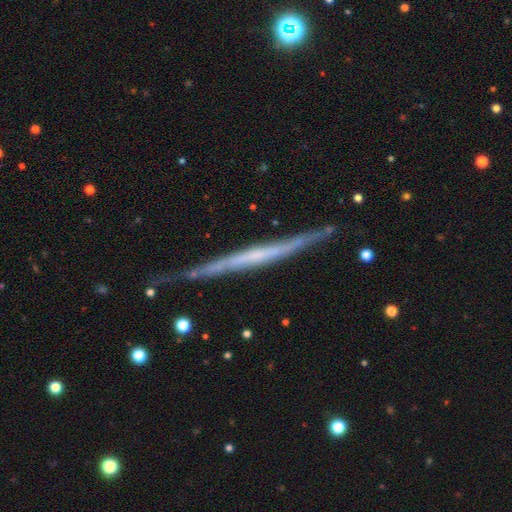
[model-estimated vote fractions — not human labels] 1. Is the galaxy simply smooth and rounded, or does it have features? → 70% featured or disk, 24% smooth, 6% star or artifact.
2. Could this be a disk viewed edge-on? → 96% yes, 4% no.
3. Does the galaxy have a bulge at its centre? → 81% none, 11% rounded, 8% boxy.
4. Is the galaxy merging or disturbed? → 77% none, 18% minor disturbance, 3% major disturbance, 2% merger.